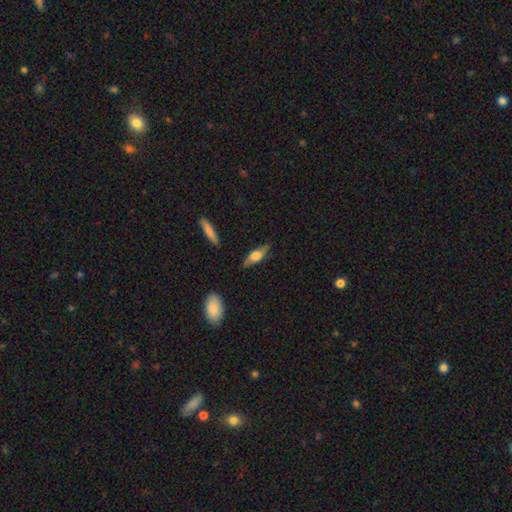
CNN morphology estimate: Smooth or featured?
  - smooth: 53% *
  - featured or disk: 40%
  - star or artifact: 7%
How rounded?
  - in between: 58% *
  - cigar-shaped: 38%
  - round: 4%
Merging?
  - none: 78% *
  - minor disturbance: 17%
  - major disturbance: 3%
  - merger: 2%